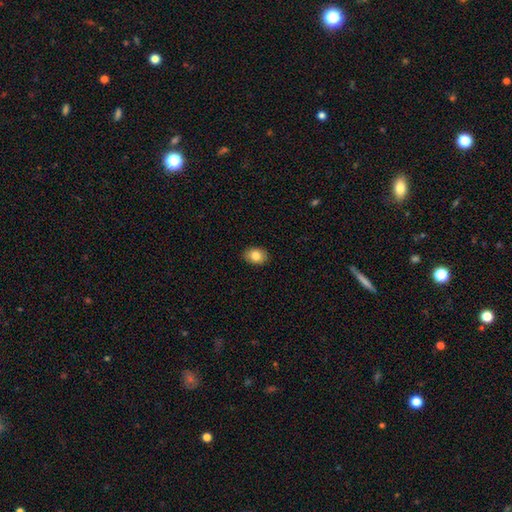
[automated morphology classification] A smooth galaxy with no disk features (83%) that is in between round and cigar-shaped (71%).

Vote fractions:
- Smooth or featured? smooth: 83% / featured or disk: 9% / star or artifact: 8%
- How rounded? in between: 71% / round: 28% / cigar-shaped: 1%
- Merging? none: 89% / minor disturbance: 8% / major disturbance: 2% / merger: 1%